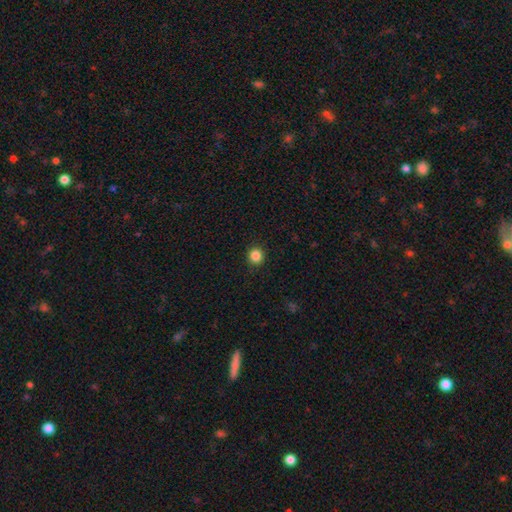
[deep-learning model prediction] Smooth or featured?
  - smooth: 85% *
  - star or artifact: 11%
  - featured or disk: 4%
How rounded?
  - round: 92% *
  - in between: 7%
  - cigar-shaped: 1%
Merging?
  - none: 92% *
  - minor disturbance: 5%
  - major disturbance: 2%
  - merger: 1%